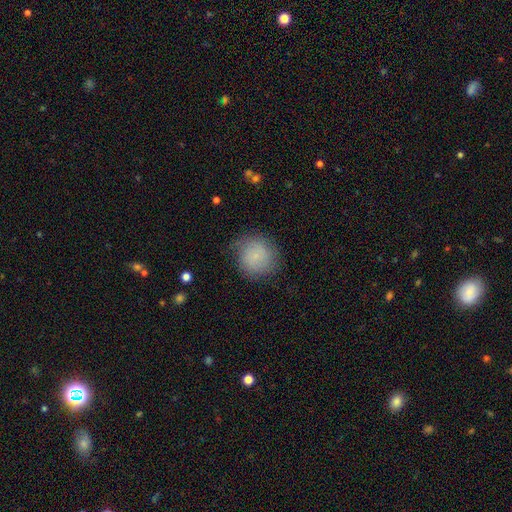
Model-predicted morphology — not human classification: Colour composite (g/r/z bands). It shows a smooth galaxy with no disk features (76%) that is round (90%). Merging: none (72%).